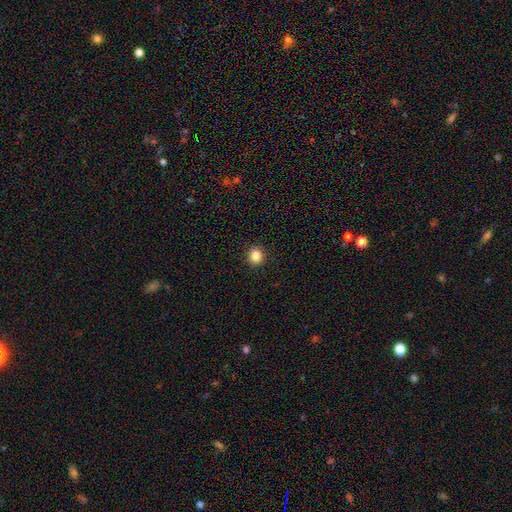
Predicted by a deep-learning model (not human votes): smooth_or_featured: smooth (p=0.86) [alt: star or artifact p=0.11]
how_rounded: round (p=0.81) [alt: in between p=0.18]
merging: none (p=0.92) [alt: minor disturbance p=0.06]